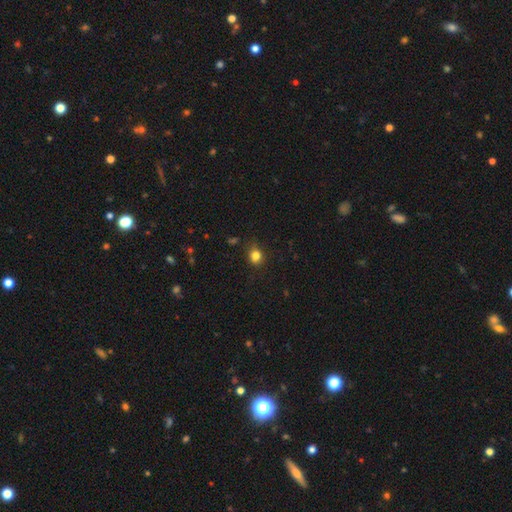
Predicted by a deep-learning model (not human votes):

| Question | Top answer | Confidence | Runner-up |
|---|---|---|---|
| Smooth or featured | smooth | 82% | star or artifact (13%) |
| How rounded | round | 66% | in between (33%) |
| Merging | none | 77% | minor disturbance (17%) |